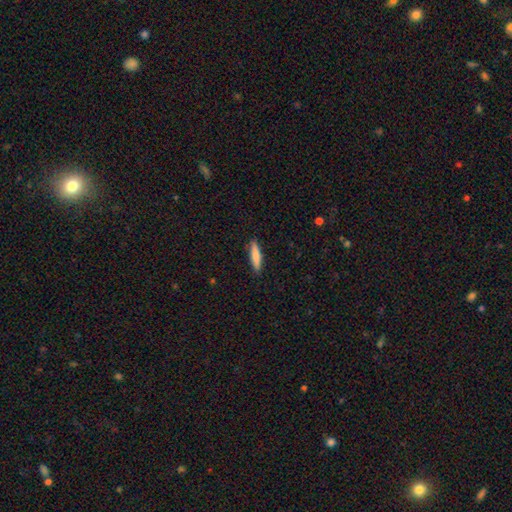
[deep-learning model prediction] smooth_or_featured: smooth (p=0.82) [alt: featured or disk p=0.12]
how_rounded: cigar-shaped (p=0.83) [alt: in between p=0.16]
merging: none (p=0.89) [alt: minor disturbance p=0.08]